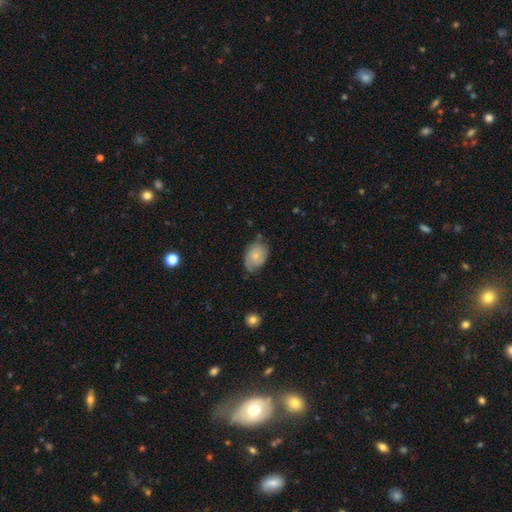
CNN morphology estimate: Smooth or featured: smooth — 58% (featured or disk — 35%)
How rounded: in between — 79% (round — 20%)
Merging: none — 60% (minor disturbance — 31%)